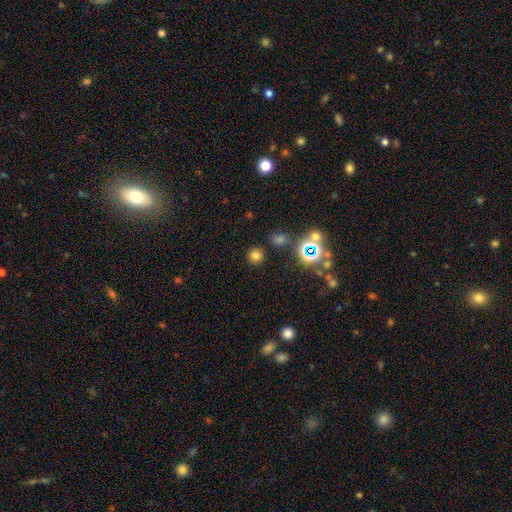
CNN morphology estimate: smooth-or-featured: smooth: 72% | star or artifact: 22% | featured or disk: 6%
  how-rounded: round: 92% | in between: 7% | cigar-shaped: 1%
  merging: none: 87% | minor disturbance: 6% | merger: 4% | major disturbance: 3%